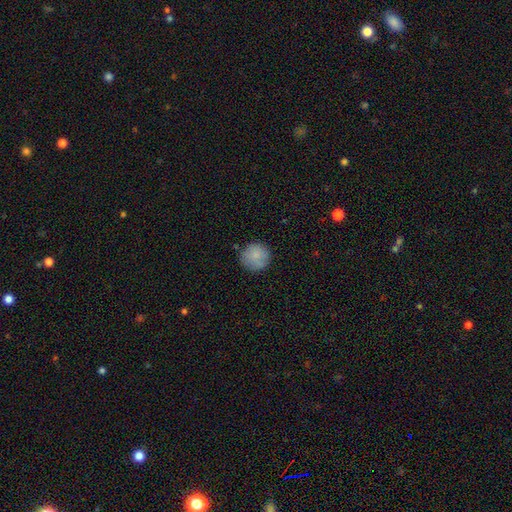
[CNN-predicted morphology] Smooth or featured: smooth — 83% (featured or disk — 10%)
How rounded: round — 94% (in between — 5%)
Merging: none — 81% (minor disturbance — 14%)